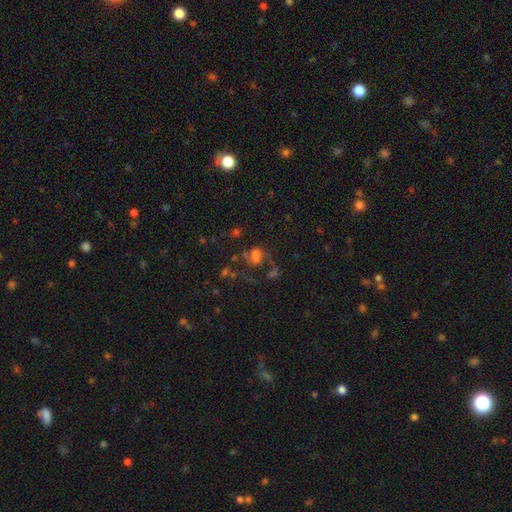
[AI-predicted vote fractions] A smooth galaxy with no disk features (50%).

Vote fractions:
- Smooth or featured? smooth: 50% / star or artifact: 27% / featured or disk: 24%
- Merging? none: 34% / merger: 31% / major disturbance: 20% / minor disturbance: 15%